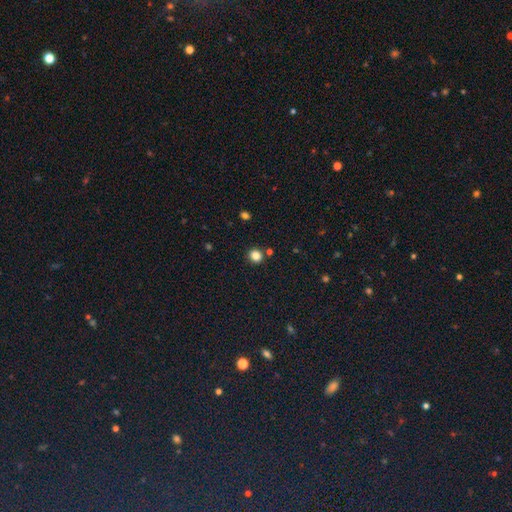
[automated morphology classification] Smooth or featured? smooth (83%)
How rounded? round (87%)
Merging? none (86%)